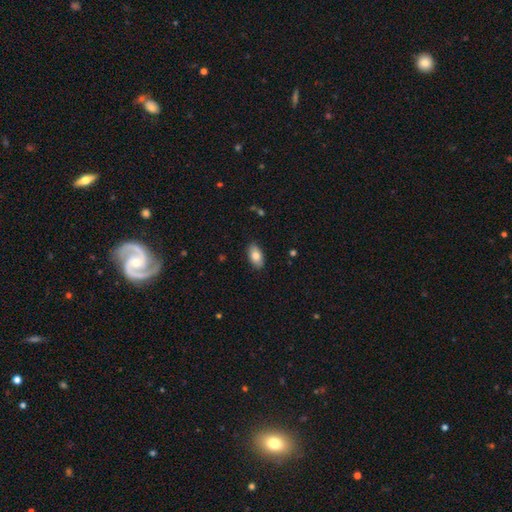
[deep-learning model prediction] A smooth galaxy with no disk features (82%) that is in between round and cigar-shaped (93%). Merging: none (88%).